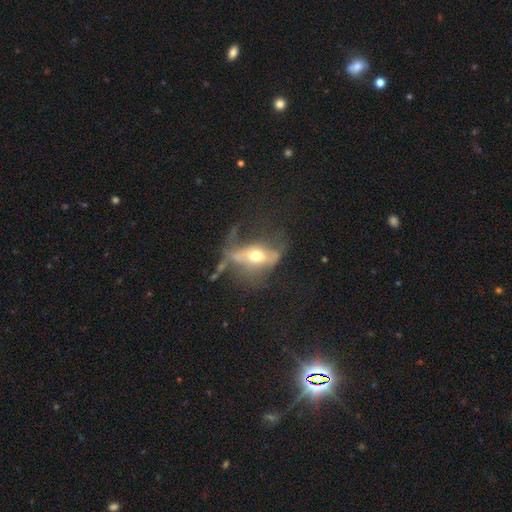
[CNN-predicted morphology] A featured or disk galaxy (58%). Merging: major disturbance (44%).